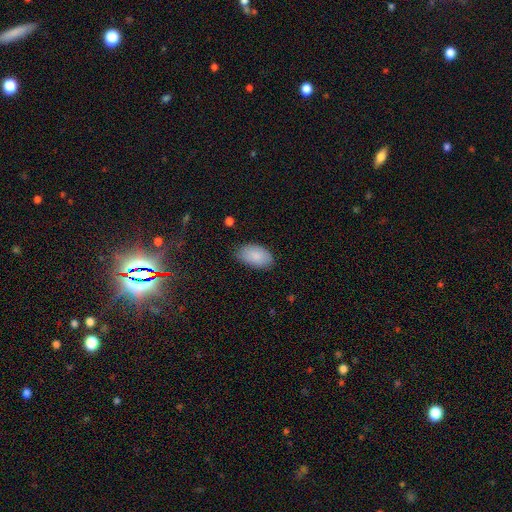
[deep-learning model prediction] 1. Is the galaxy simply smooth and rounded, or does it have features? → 87% smooth, 7% featured or disk, 6% star or artifact.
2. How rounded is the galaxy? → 95% in between, 4% round, 2% cigar-shaped.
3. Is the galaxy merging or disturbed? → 80% none, 16% minor disturbance, 3% major disturbance, 1% merger.